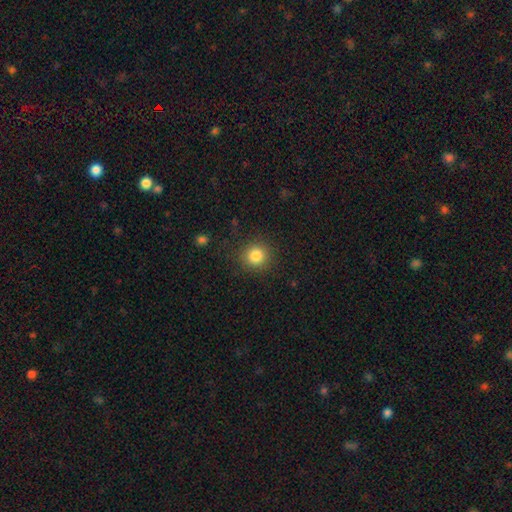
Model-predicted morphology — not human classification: Overall: smooth (83%). How rounded: round (92%). Merging: none (88%).